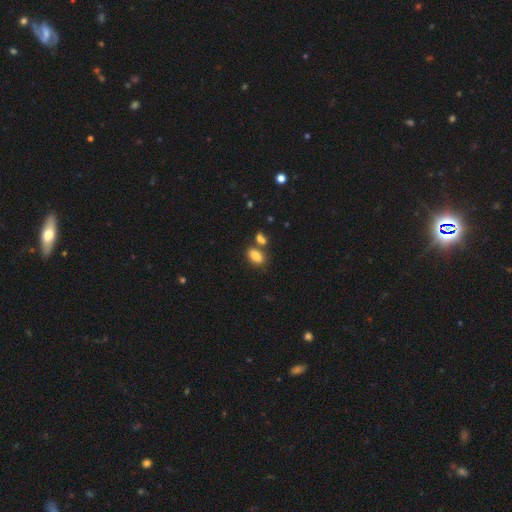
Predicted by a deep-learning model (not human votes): A smooth galaxy with no disk features (85%) that is in between round and cigar-shaped (90%). Merging: none (60%).